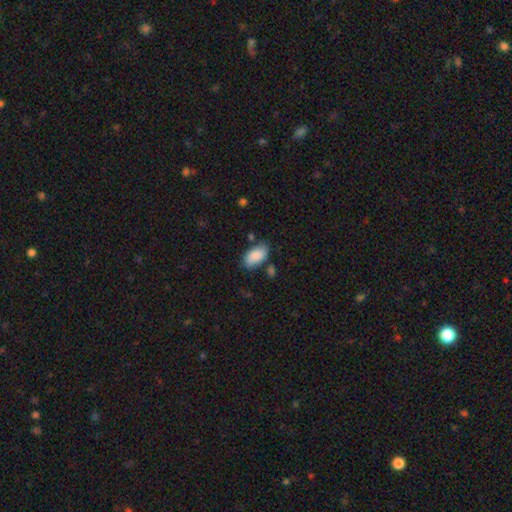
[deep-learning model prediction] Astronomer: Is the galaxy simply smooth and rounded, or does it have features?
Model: smooth — 87%.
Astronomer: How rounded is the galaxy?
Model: in between — 94%.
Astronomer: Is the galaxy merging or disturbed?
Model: none — 69%.